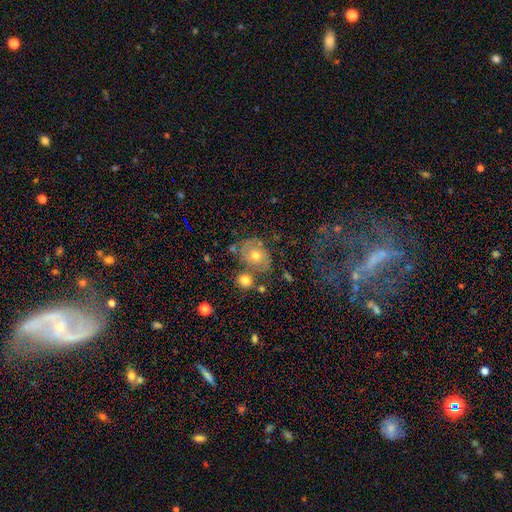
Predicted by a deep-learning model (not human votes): A smooth galaxy with no disk features (45%).

Vote fractions:
- Smooth or featured? smooth: 45% / featured or disk: 43% / star or artifact: 12%
- Merging? none: 55% / merger: 18% / minor disturbance: 18% / major disturbance: 10%